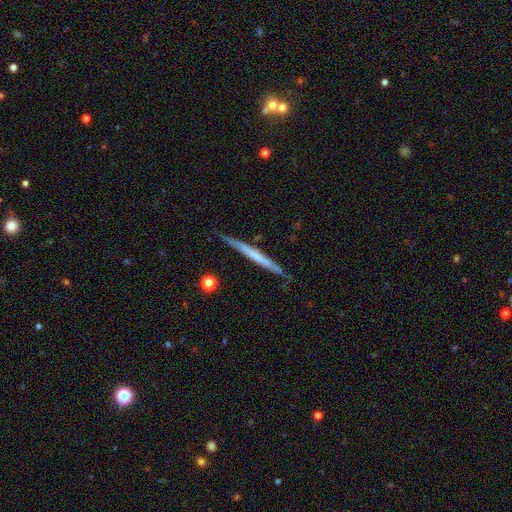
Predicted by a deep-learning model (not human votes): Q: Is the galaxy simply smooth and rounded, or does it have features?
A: featured or disk — 54%.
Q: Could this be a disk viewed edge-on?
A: yes — 97%.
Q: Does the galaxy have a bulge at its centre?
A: none — 85%.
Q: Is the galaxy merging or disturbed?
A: none — 85%.